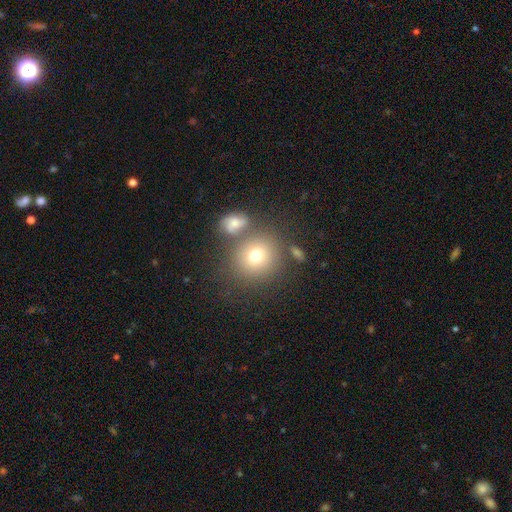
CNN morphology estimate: Q: Smooth or featured?
A: smooth (72%); runner-up: featured or disk (14%)
Q: How rounded?
A: round (84%); runner-up: in between (15%)
Q: Merging?
A: none (67%); runner-up: merger (17%)